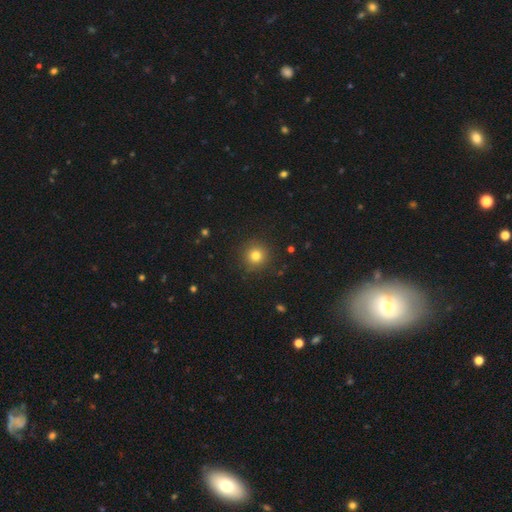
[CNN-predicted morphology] smooth-or-featured: smooth: 80% | star or artifact: 14% | featured or disk: 7%
  how-rounded: round: 95% | in between: 4% | cigar-shaped: 1%
  merging: none: 91% | minor disturbance: 6% | major disturbance: 2% | merger: 1%